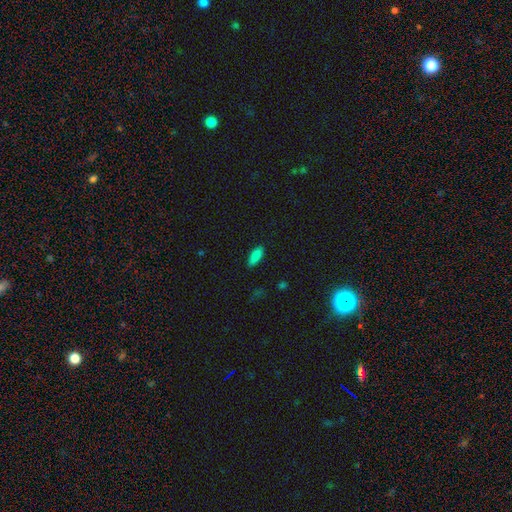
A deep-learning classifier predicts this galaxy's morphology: Overall: smooth (86%). How rounded: in between (75%). Merging: none (86%).